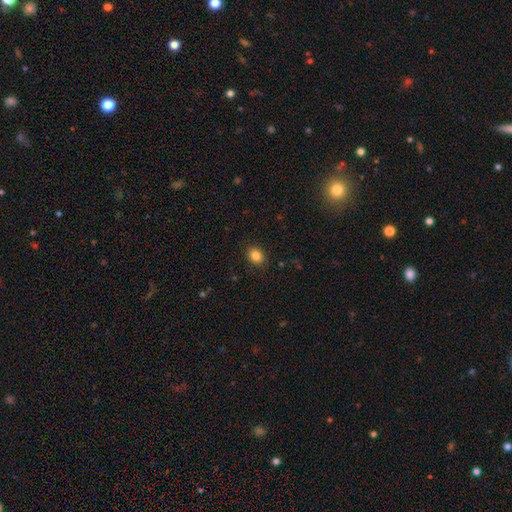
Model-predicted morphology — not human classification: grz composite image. It shows a smooth galaxy with no disk features (85%) that is round (50%). Merging: none (88%).